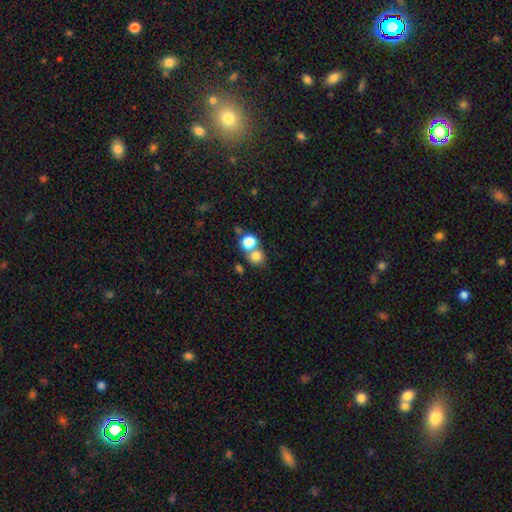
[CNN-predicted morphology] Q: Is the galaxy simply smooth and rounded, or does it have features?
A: smooth — 77%.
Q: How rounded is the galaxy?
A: round — 81%.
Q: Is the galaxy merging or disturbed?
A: none — 49%.